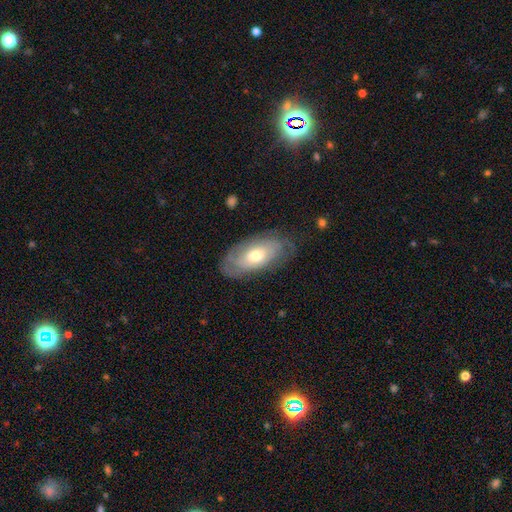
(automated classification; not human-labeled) A featured or disk galaxy (54%). Merging: none (75%).